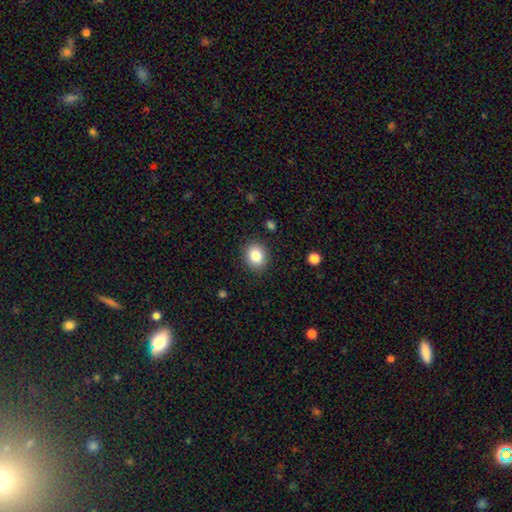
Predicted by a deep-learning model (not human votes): smooth_or_featured: smooth (p=0.84) [alt: star or artifact p=0.09]
how_rounded: round (p=0.59) [alt: in between p=0.40]
merging: none (p=0.88) [alt: minor disturbance p=0.09]